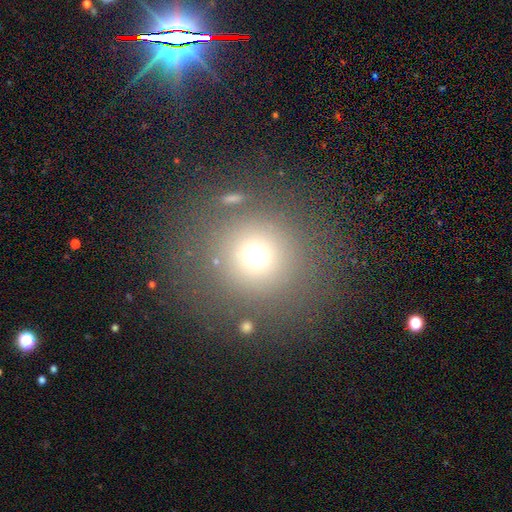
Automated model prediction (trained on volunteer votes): smooth-or-featured: smooth: 69% | star or artifact: 22% | featured or disk: 10%
  how-rounded: round: 91% | in between: 8% | cigar-shaped: 1%
  merging: none: 81% | minor disturbance: 8% | merger: 5% | major disturbance: 5%